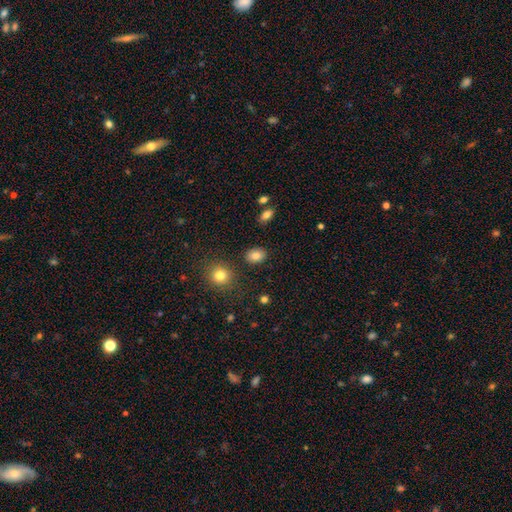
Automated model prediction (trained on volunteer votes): smooth_or_featured: smooth (p=0.84) [alt: star or artifact p=0.10]
how_rounded: in between (p=0.57) [alt: round p=0.42]
merging: none (p=0.87) [alt: minor disturbance p=0.08]